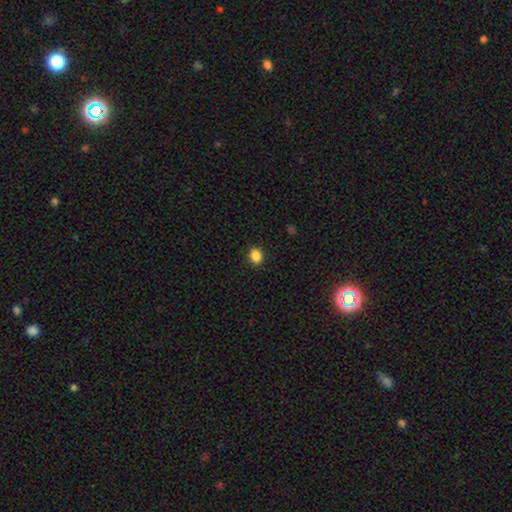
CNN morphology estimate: smooth 87%, star or artifact 10%, featured or disk 3%. Down the decision tree: how rounded — round (62%); merging — none (91%).